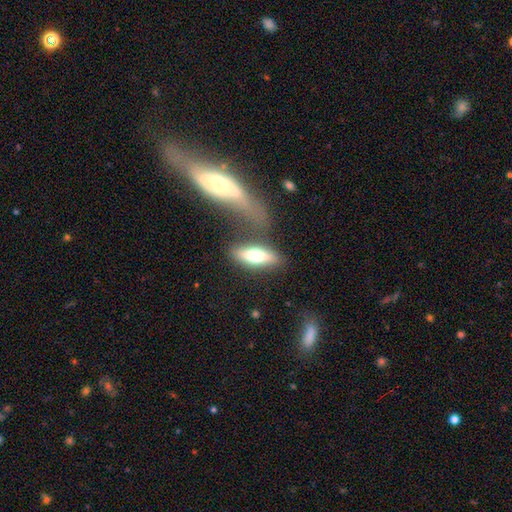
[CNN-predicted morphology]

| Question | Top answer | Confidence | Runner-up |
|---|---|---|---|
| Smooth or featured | smooth | 62% | featured or disk (31%) |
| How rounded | in between | 60% | cigar-shaped (37%) |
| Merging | none | 68% | merger (13%) |